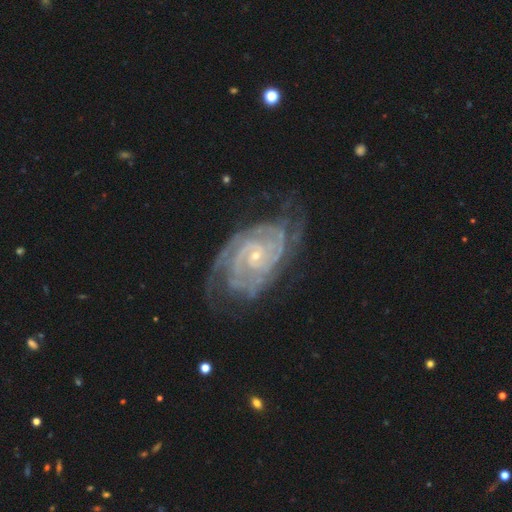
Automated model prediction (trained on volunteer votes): featured or disk 91%, star or artifact 5%, smooth 4%. Down the decision tree: edge-on disk — no (97%); bar — no (68%); spiral arms — yes (98%); spiral arm count — 2 (37%); spiral winding — tight (74%); bulge size — small (81%); merging — none (65%).